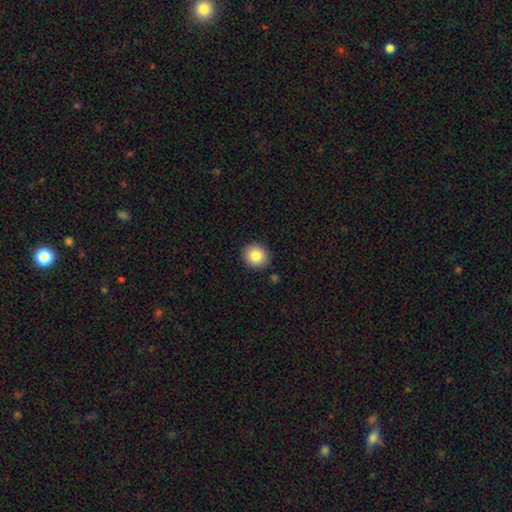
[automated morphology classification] smooth-or-featured: smooth: 83% | star or artifact: 9% | featured or disk: 8%
  how-rounded: round: 86% | in between: 13% | cigar-shaped: 1%
  merging: none: 90% | minor disturbance: 7% | major disturbance: 2% | merger: 2%